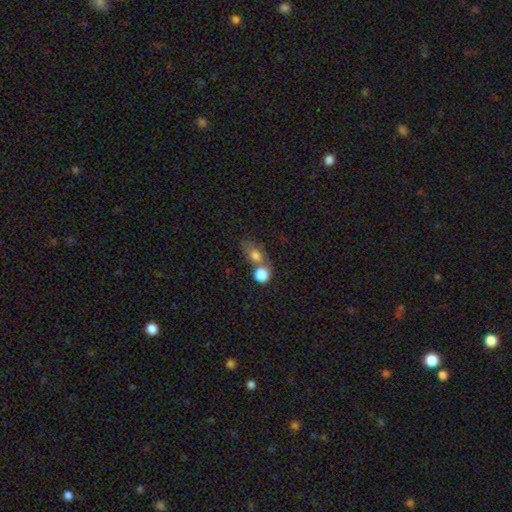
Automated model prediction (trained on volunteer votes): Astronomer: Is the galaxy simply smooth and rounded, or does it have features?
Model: smooth — 74%.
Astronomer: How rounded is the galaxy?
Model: in between — 60% (runner-up: round, 36%).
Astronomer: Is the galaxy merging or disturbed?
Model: none — 41% (runner-up: merger, 39%).